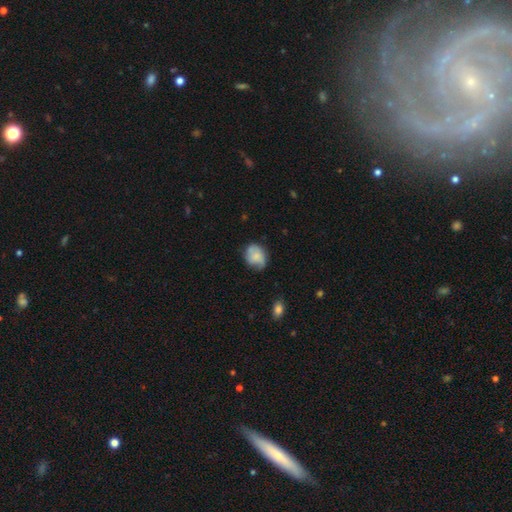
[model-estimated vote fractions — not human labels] Overall: smooth (68%). How rounded: round (51%; in between 48%). Merging: none (59%; minor disturbance 30%).